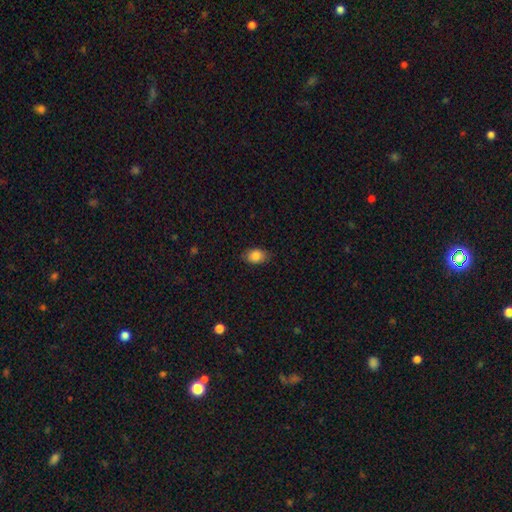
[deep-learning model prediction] smooth_or_featured: smooth (p=0.85) [alt: star or artifact p=0.08]
how_rounded: in between (p=0.82) [alt: round p=0.16]
merging: none (p=0.82) [alt: minor disturbance p=0.14]